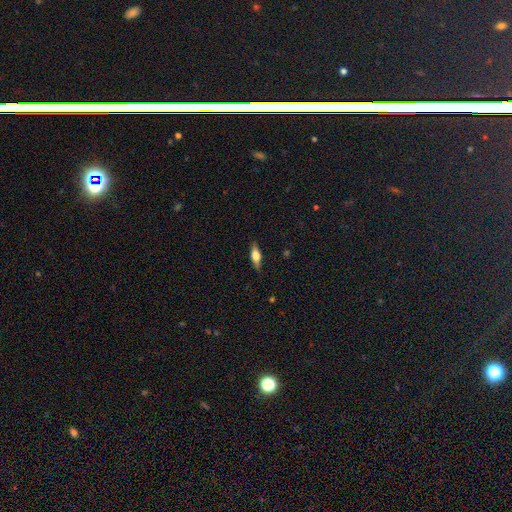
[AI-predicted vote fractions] Smooth or featured? smooth (47%)
Merging? none (85%)